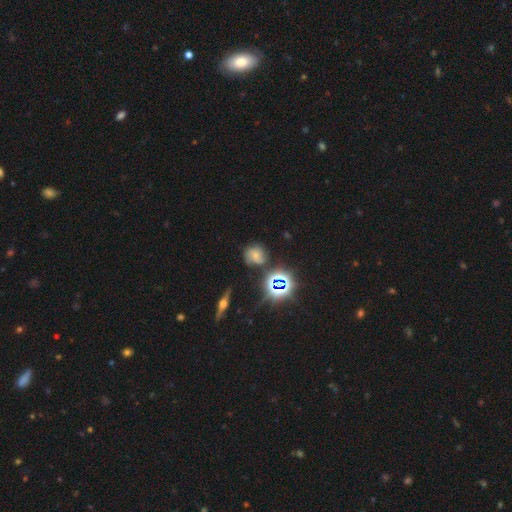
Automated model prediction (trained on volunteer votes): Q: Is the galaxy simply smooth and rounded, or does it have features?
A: featured or disk — 38%.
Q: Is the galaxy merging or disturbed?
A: none — 68%.